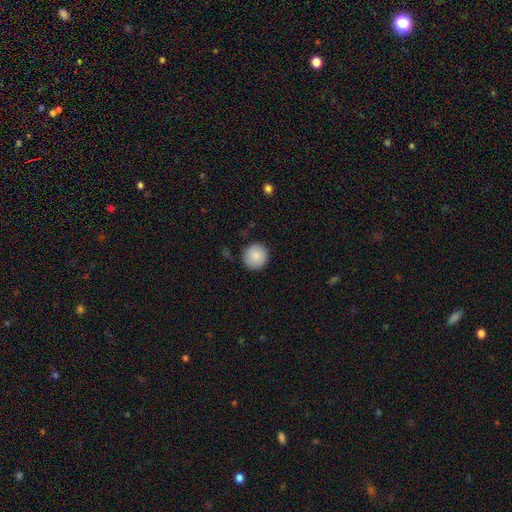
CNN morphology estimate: This is clearly a smooth galaxy (88%). How rounded: clearly round (94%). Merging: clearly none (88%).